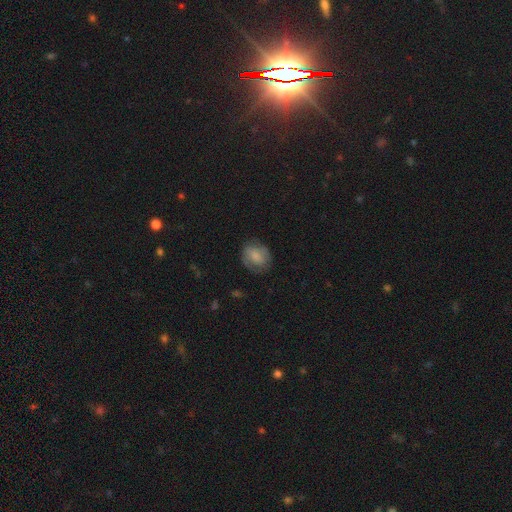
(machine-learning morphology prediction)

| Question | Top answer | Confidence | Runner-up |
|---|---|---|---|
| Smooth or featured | smooth | 63% | featured or disk (28%) |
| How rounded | round | 58% | in between (41%) |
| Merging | none | 69% | minor disturbance (21%) |